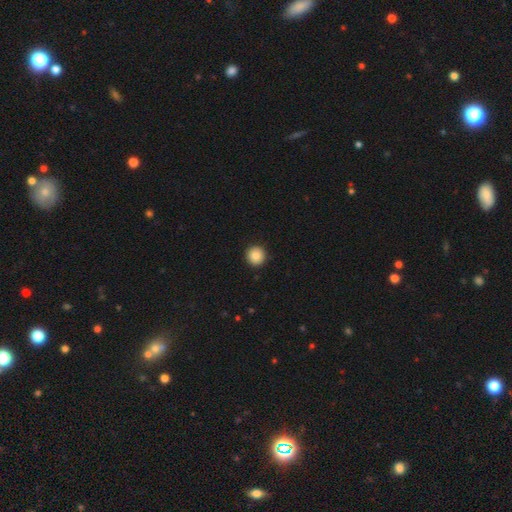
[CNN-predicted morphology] type=smooth (86%); roundness=round (95%); merging=none (93%).